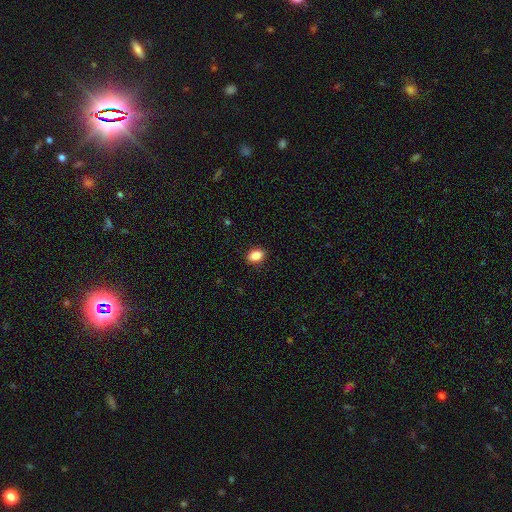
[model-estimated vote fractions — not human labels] smooth 87%, star or artifact 8%, featured or disk 4%. Down the decision tree: how rounded — in between (80%); merging — none (89%).